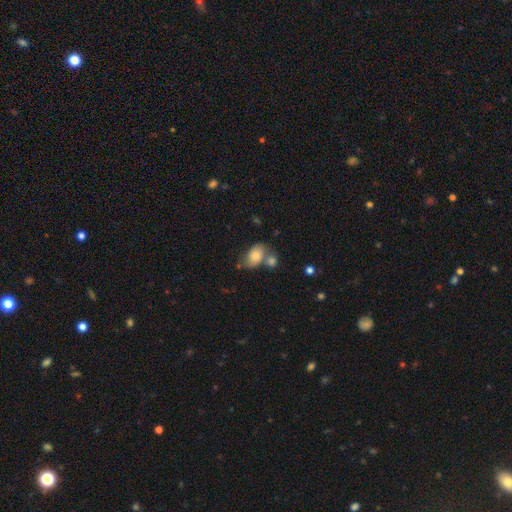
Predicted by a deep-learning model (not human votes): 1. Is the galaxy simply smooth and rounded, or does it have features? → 77% smooth, 15% featured or disk, 8% star or artifact.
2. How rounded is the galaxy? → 85% in between, 14% round, 1% cigar-shaped.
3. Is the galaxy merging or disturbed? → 43% none, 33% merger, 17% minor disturbance, 7% major disturbance.